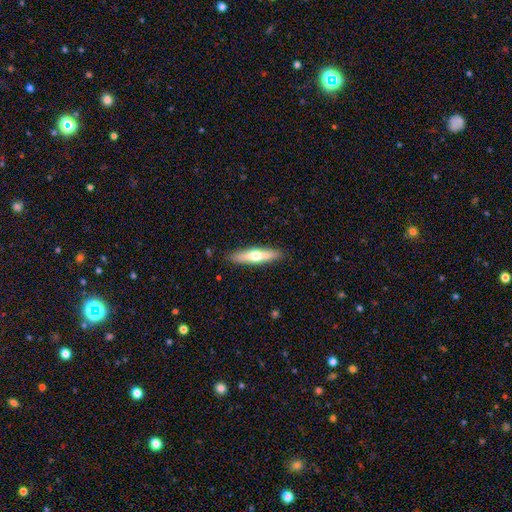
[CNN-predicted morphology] Smooth or featured? Predicted: smooth (p=0.52). How rounded? Predicted: cigar-shaped (p=0.80). Merging? Predicted: none (p=0.87).